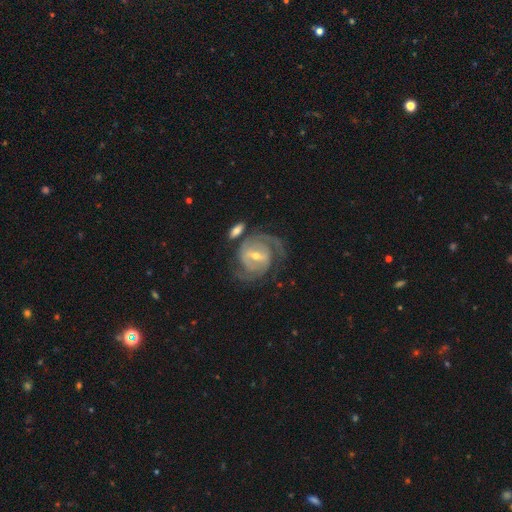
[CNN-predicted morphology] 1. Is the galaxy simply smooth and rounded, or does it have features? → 89% featured or disk, 7% smooth, 5% star or artifact.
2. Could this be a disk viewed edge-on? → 97% no, 3% yes.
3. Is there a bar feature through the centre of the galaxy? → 45% weak, 42% strong, 14% no.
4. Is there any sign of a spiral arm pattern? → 96% yes, 4% no.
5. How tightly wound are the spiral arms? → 50% tight, 39% medium, 11% loose.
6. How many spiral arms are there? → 60% 2, 16% 3, 13% can't tell, 5% 1, 4% 4, 3% more than 4.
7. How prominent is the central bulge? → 48% small (tied), 48% moderate (tied), 2% large, 1% none, 1% dominant.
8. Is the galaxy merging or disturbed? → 61% none, 16% minor disturbance, 13% major disturbance, 10% merger.